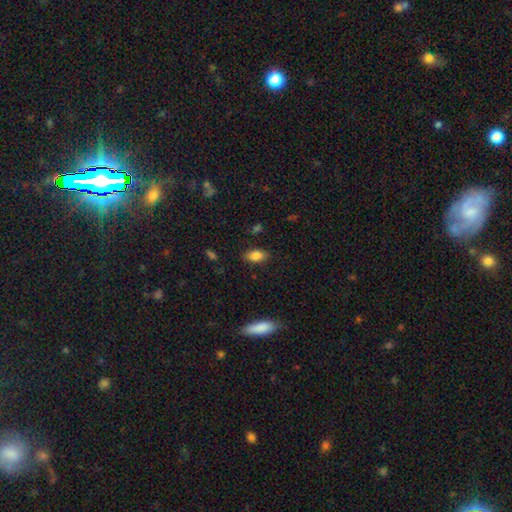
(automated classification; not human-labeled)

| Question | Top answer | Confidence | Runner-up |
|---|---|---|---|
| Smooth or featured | smooth | 85% | star or artifact (8%) |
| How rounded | in between | 90% | round (6%) |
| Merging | none | 84% | minor disturbance (12%) |